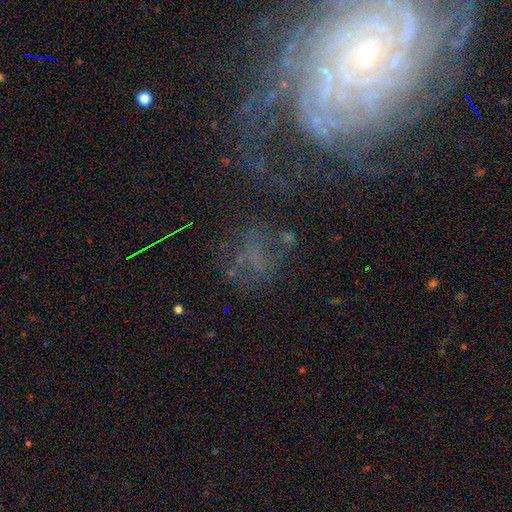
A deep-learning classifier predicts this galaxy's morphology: Overall: featured or disk (61%; star or artifact 22%). Edge-on disk: no (95%). Bar: no (56%; weak 27%). Spiral arms: yes (76%). Bulge size: small (50%; none 30%). Merging: none (50%; major disturbance 27%).